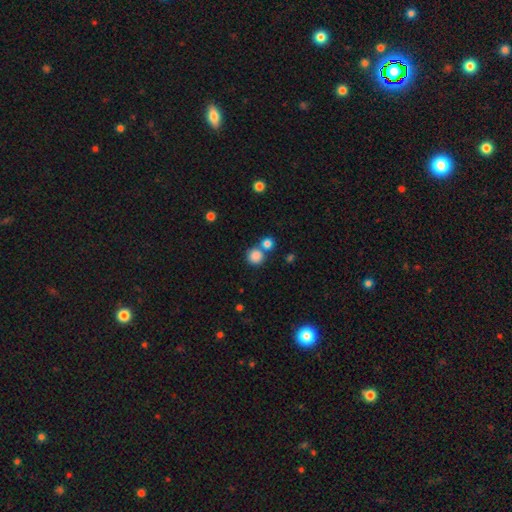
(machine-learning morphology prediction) The model was most divided on "merging": none: 64%, merger: 25%, minor disturbance: 8%, major disturbance: 3%. More confident: how rounded — round (91%); smooth or featured — smooth (84%).